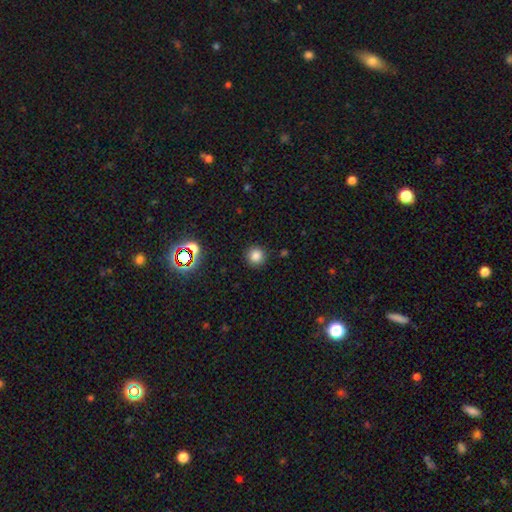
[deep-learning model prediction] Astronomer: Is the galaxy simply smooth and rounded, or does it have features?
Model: smooth — 81%.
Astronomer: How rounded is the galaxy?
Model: round — 94%.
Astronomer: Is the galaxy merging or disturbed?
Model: none — 90%.